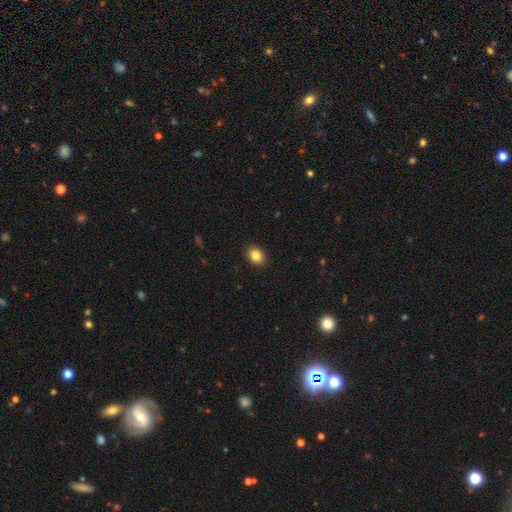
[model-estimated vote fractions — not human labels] Overall: smooth (85%). How rounded: in between (54%; round 45%). Merging: none (91%).